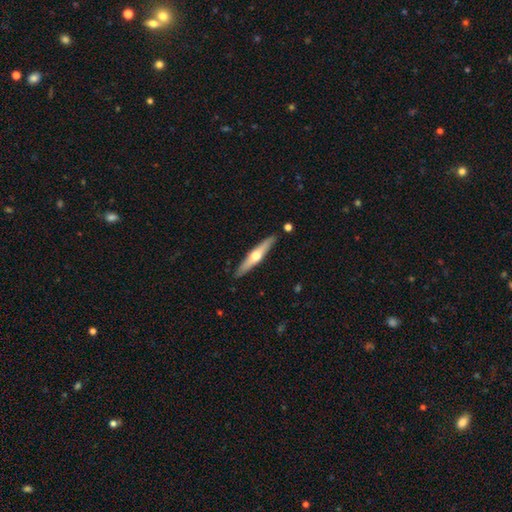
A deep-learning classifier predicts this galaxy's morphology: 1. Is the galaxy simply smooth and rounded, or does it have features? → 60% featured or disk, 35% smooth, 5% star or artifact.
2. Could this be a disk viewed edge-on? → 95% yes, 5% no.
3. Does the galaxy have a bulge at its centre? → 92% rounded, 6% none, 3% boxy.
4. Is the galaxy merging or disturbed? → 88% none, 8% minor disturbance, 2% merger, 2% major disturbance.